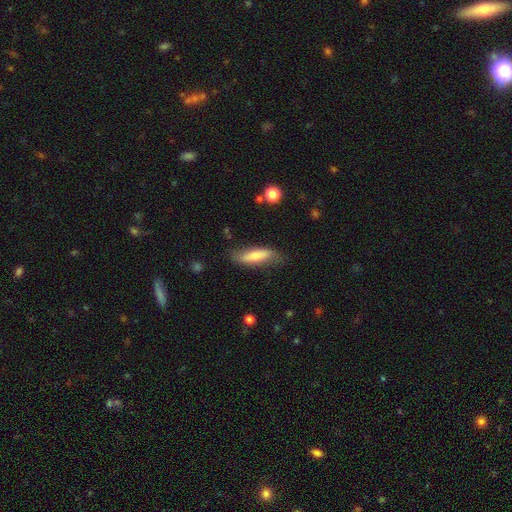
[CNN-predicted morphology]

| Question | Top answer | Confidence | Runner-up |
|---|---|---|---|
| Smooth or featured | smooth | 69% | featured or disk (24%) |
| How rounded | cigar-shaped | 60% | in between (38%) |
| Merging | none | 65% | minor disturbance (25%) |